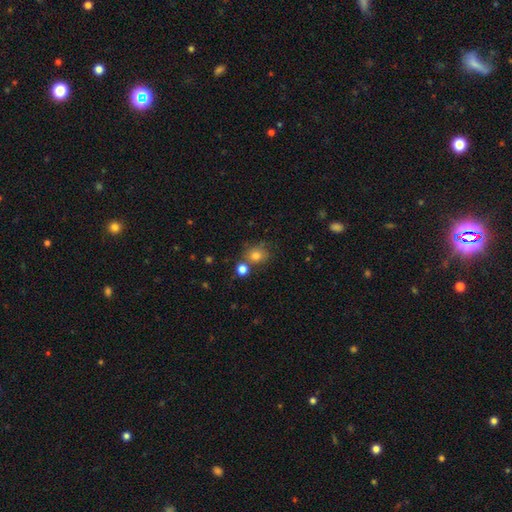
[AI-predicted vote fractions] Smooth or featured? smooth (78%)
How rounded? round (76%)
Merging? none (60%)